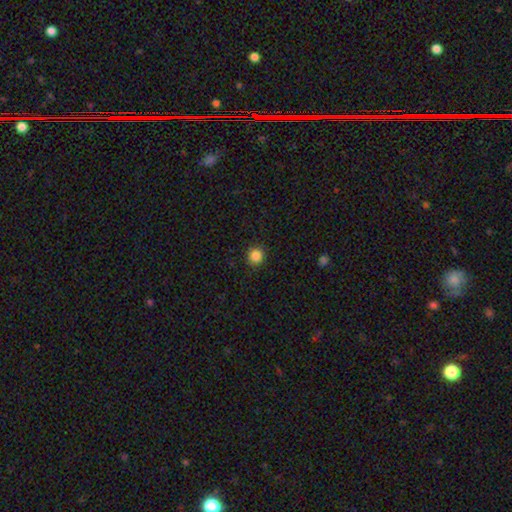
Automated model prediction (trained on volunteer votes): A smooth galaxy with no disk features (86%) that is round (93%). Merging: none (91%).